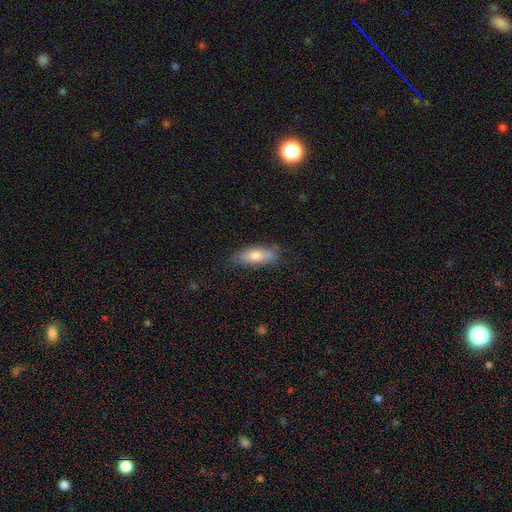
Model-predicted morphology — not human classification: A smooth galaxy with no disk features (72%) that is in between round and cigar-shaped (60%).

Vote fractions:
- Smooth or featured? smooth: 72% / featured or disk: 20% / star or artifact: 7%
- How rounded? in between: 60% / cigar-shaped: 37% / round: 2%
- Merging? none: 76% / minor disturbance: 18% / major disturbance: 4% / merger: 2%